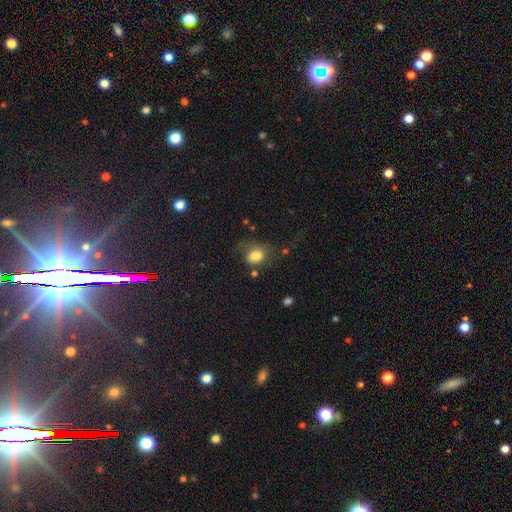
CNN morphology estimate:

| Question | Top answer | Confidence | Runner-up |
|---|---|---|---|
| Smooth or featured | smooth | 80% | star or artifact (10%) |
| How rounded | in between | 53% | round (46%) |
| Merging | none | 47% | minor disturbance (28%) |